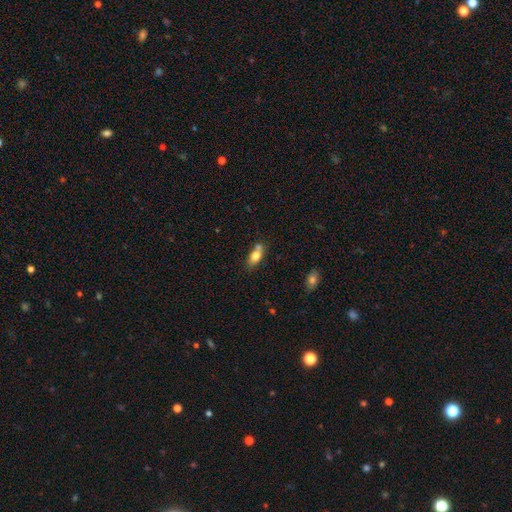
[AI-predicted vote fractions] A smooth galaxy with no disk features (77%) that is in between round and cigar-shaped (84%). Merging: none (50%).